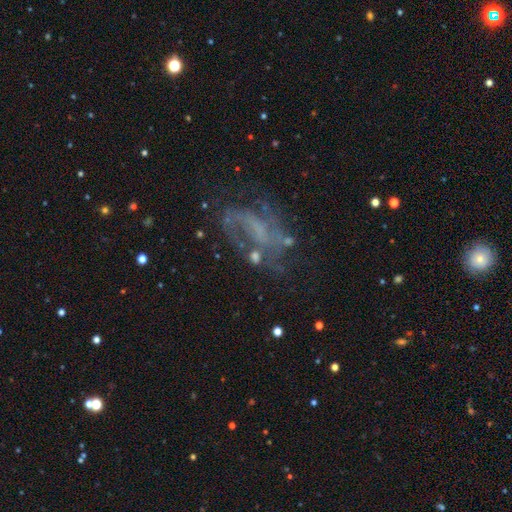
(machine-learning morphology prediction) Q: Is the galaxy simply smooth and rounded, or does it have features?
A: featured or disk — 74%.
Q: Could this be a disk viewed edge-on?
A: no — 97%.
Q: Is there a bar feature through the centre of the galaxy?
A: no — 45%.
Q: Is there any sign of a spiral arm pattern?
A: yes — 79%.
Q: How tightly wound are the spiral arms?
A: medium — 42%.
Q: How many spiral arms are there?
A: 2 — 52%.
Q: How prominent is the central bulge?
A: none — 55%.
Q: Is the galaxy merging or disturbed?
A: none — 49%.